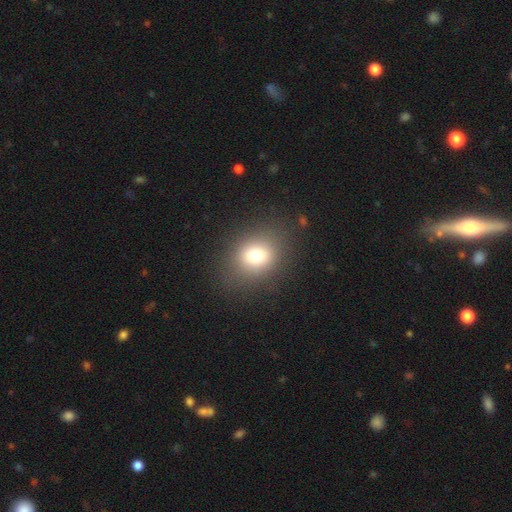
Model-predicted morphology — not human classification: This is likely a smooth galaxy (73%). How rounded: possibly round (55%). Merging: clearly none (83%).